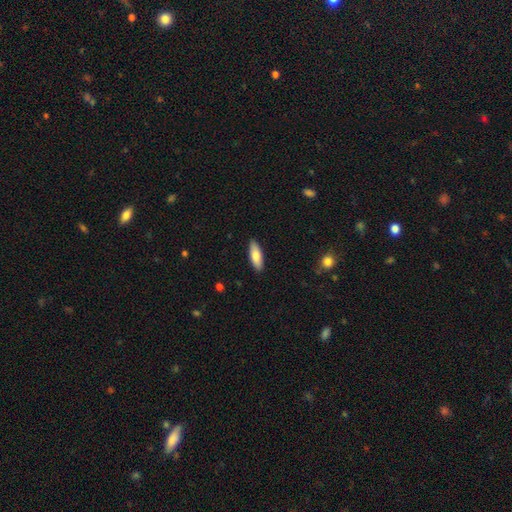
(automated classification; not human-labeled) Overall: smooth (79%). How rounded: in between (62%; cigar-shaped 36%). Merging: none (89%).